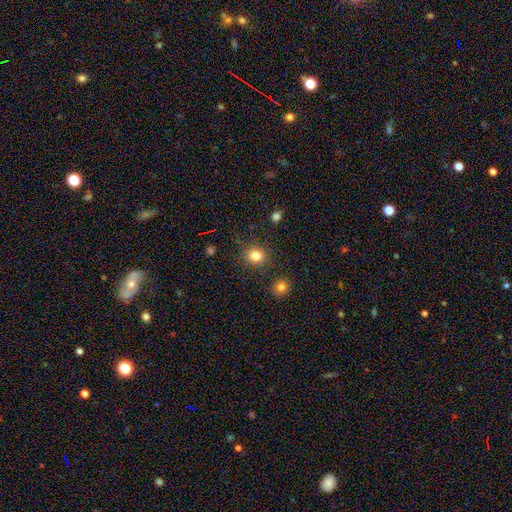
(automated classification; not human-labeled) Smooth or featured: smooth — 82% (star or artifact — 12%)
How rounded: round — 81% (in between — 18%)
Merging: none — 86% (minor disturbance — 9%)